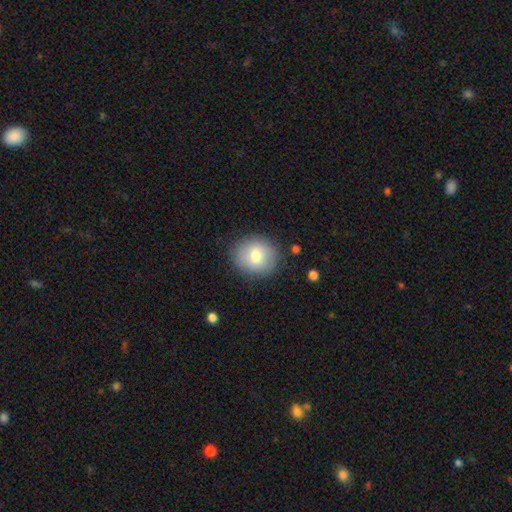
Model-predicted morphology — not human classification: Smooth or featured?
  - smooth: 72% *
  - featured or disk: 19%
  - star or artifact: 9%
How rounded?
  - round: 82% *
  - in between: 17%
  - cigar-shaped: 1%
Merging?
  - none: 85% *
  - minor disturbance: 11%
  - major disturbance: 3%
  - merger: 1%